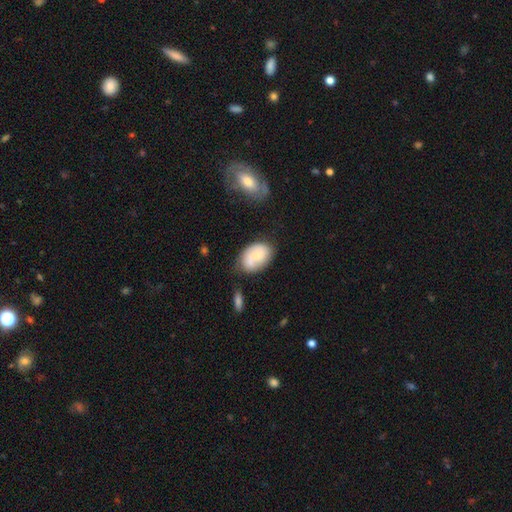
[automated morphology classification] The model was most divided on "smooth or featured": smooth: 59%, featured or disk: 34%, star or artifact: 7%. More confident: how rounded — in between (85%); merging — none (55%).